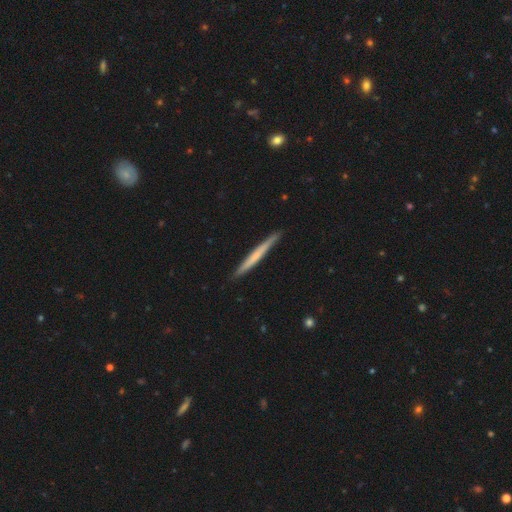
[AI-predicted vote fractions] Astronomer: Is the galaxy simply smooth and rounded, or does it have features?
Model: smooth — 50% (runner-up: featured or disk, 45%).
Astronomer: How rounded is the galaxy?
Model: cigar-shaped — 97%.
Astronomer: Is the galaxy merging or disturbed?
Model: none — 91%.